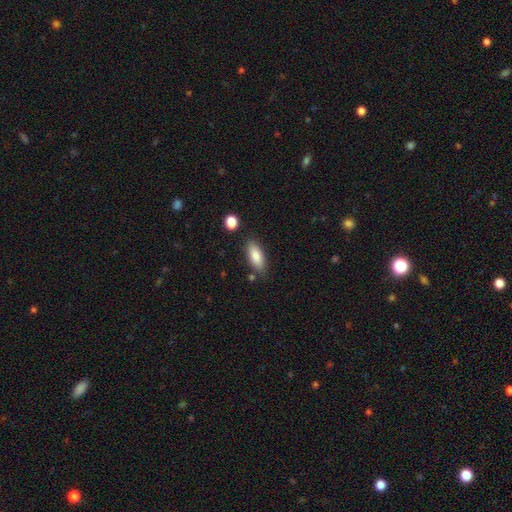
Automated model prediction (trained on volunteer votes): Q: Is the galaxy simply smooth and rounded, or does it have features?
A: smooth — 84%.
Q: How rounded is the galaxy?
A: in between — 80%.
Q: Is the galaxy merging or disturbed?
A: none — 80%.